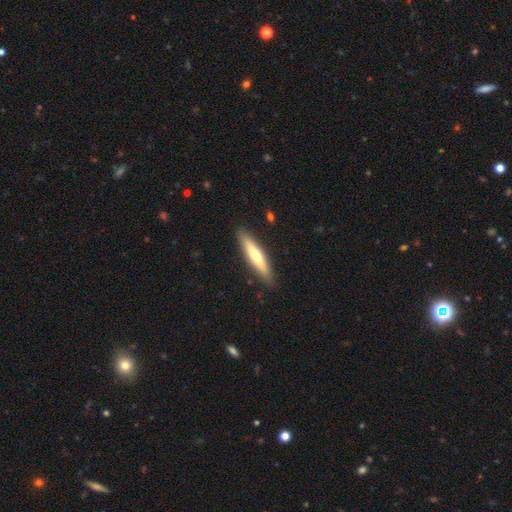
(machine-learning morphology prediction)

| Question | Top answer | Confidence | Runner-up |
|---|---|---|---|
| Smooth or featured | smooth | 54% | featured or disk (41%) |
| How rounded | cigar-shaped | 87% | in between (12%) |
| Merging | none | 89% | minor disturbance (8%) |